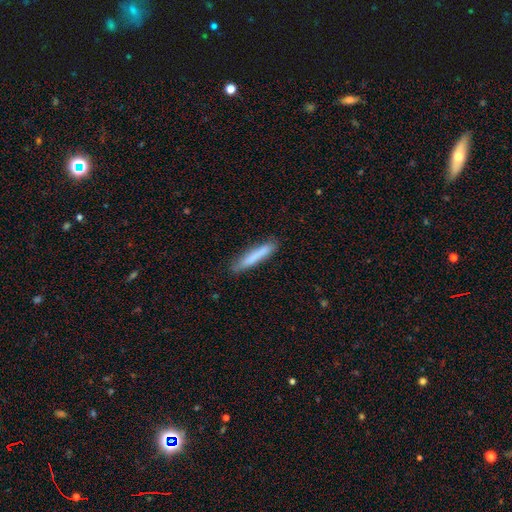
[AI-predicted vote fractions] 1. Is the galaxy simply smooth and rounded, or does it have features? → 78% smooth, 16% featured or disk, 6% star or artifact.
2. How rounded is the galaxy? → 93% cigar-shaped, 6% in between, 1% round.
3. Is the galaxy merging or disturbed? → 85% none, 12% minor disturbance, 2% major disturbance, 1% merger.